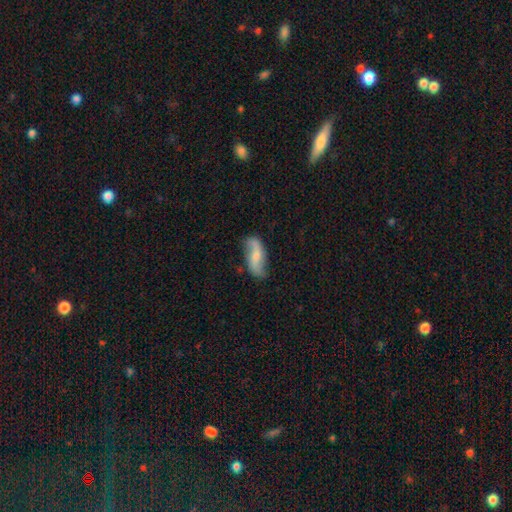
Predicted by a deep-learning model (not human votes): This is likely a featured or disk galaxy (66%). It is clearly not viewed edge-on (93%). Bar: possibly no (46%). Spiral arm pattern: clearly yes (92%). Spiral arm count: clearly 2 (91%). Spiral winding: clearly loose (82%). Central bulge: possibly small (46%). Merging: likely none (73%).